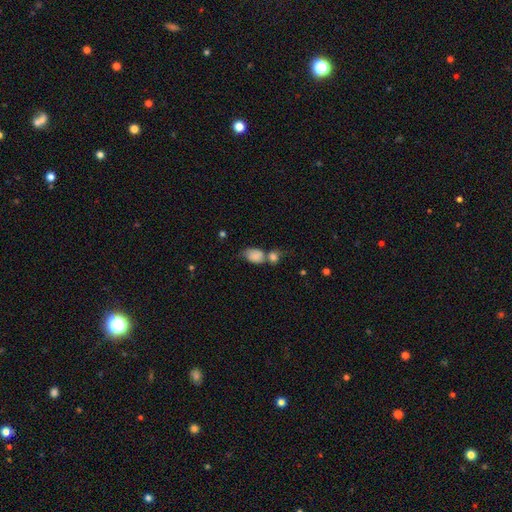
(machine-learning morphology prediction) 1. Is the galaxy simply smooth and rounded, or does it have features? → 78% smooth, 14% featured or disk, 9% star or artifact.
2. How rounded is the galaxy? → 75% in between, 23% round, 2% cigar-shaped.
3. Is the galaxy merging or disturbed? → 54% merger, 21% none, 14% minor disturbance, 11% major disturbance.